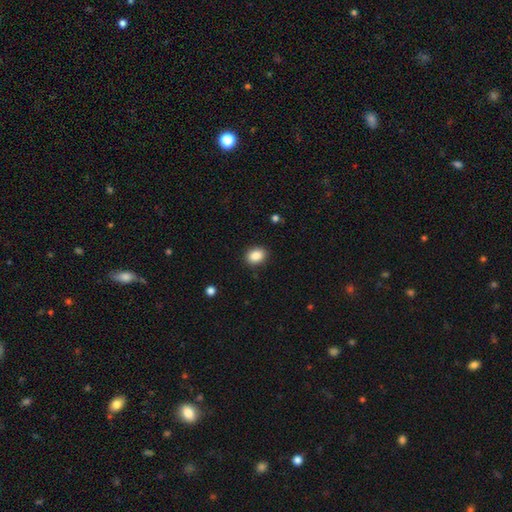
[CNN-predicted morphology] Smooth or featured? Predicted: smooth (p=0.88). How rounded? Predicted: in between (p=0.64). Merging? Predicted: none (p=0.88).